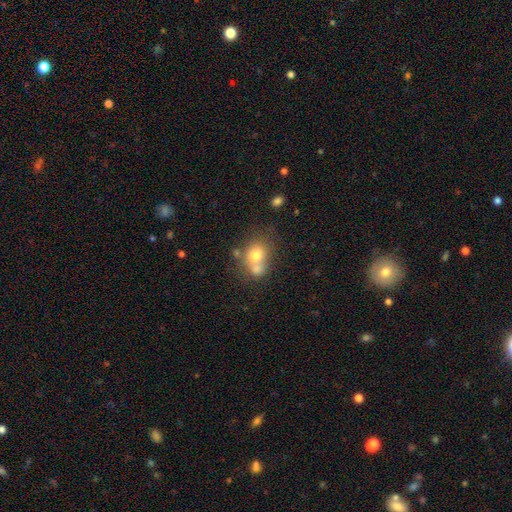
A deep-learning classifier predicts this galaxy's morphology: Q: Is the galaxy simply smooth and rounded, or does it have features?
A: smooth — 71%.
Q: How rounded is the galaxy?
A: round — 64%.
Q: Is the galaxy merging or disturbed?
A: merger — 52%.